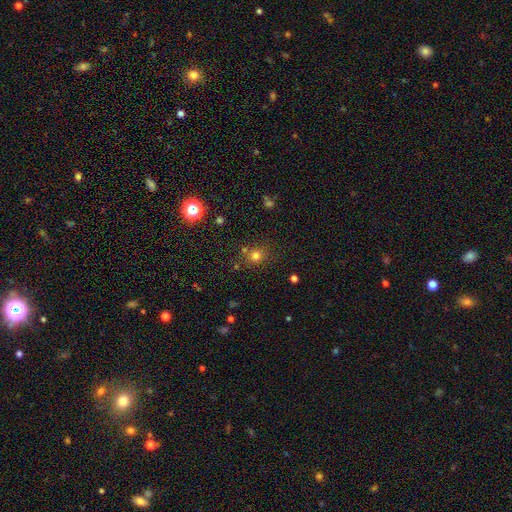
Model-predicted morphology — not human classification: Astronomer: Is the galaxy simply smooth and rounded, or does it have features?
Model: smooth — 72%.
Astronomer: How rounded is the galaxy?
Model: round — 84%.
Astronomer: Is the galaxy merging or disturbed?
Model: none — 75%.